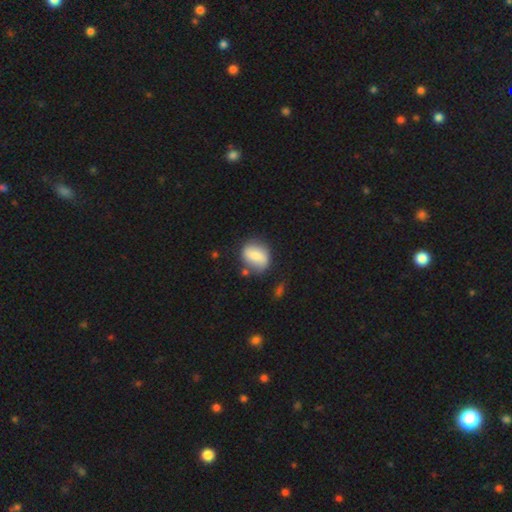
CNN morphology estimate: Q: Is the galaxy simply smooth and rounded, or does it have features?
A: smooth — 65%.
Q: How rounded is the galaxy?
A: in between — 51%.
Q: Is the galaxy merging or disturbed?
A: none — 67%.